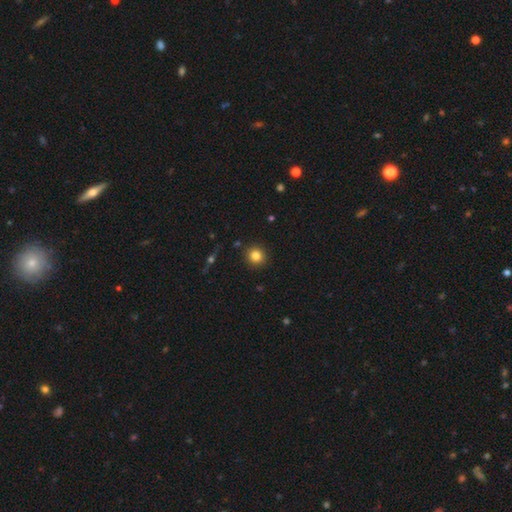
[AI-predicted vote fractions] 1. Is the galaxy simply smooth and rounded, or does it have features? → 83% smooth, 11% star or artifact, 6% featured or disk.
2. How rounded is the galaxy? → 93% round, 6% in between, 1% cigar-shaped.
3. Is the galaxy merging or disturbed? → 91% none, 6% minor disturbance, 2% major disturbance, 2% merger.